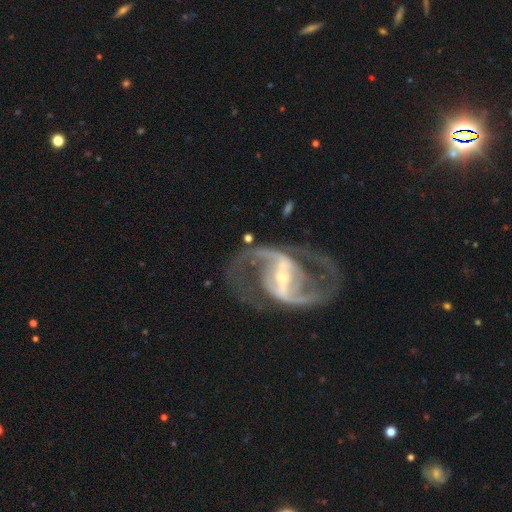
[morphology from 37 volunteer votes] A featured or disk galaxy (84%) with a strong bar (87%), 2 (94%) medium (68%) spiral arms (100%) and a small central bulge (68%). Merging: none (86%).